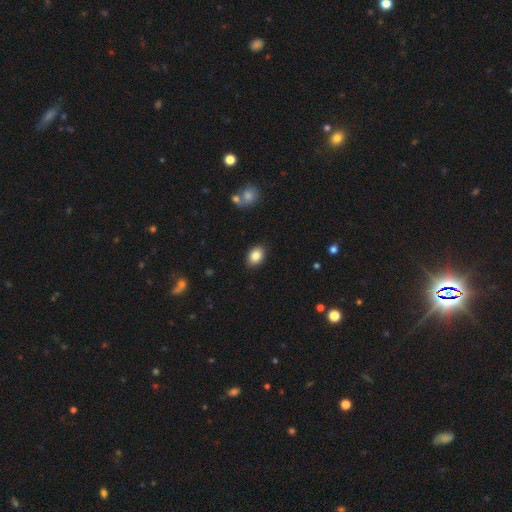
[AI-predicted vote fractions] This is clearly a smooth galaxy (85%). How rounded: likely in between (75%). Merging: clearly none (87%).